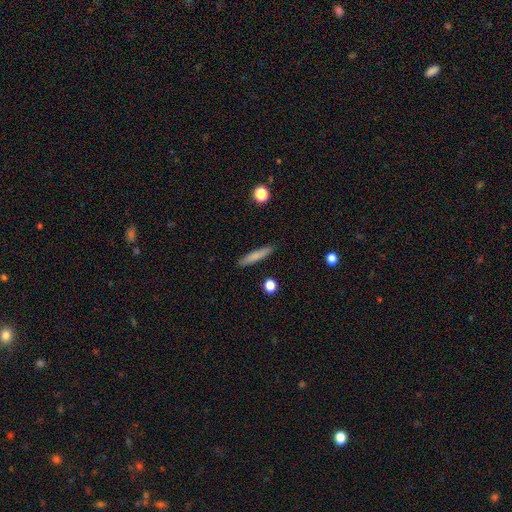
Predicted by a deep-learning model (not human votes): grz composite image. It shows a smooth galaxy with no disk features (76%) that is cigar-shaped (90%). Merging: none (89%).